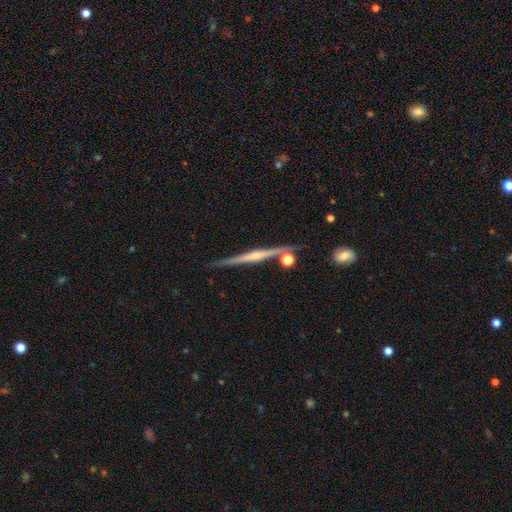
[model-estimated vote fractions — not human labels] featured or disk 76%, smooth 17%, star or artifact 7%. Down the decision tree: edge-on disk — yes (98%); edge-on bulge — rounded (56%); merging — none (83%).